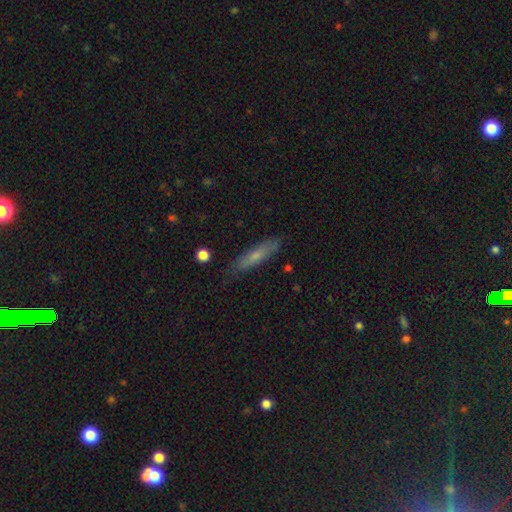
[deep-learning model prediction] Smooth or featured?
  - smooth: 59% *
  - featured or disk: 34%
  - star or artifact: 7%
How rounded?
  - cigar-shaped: 83% *
  - in between: 15%
  - round: 2%
Merging?
  - none: 80% *
  - minor disturbance: 16%
  - major disturbance: 3%
  - merger: 2%